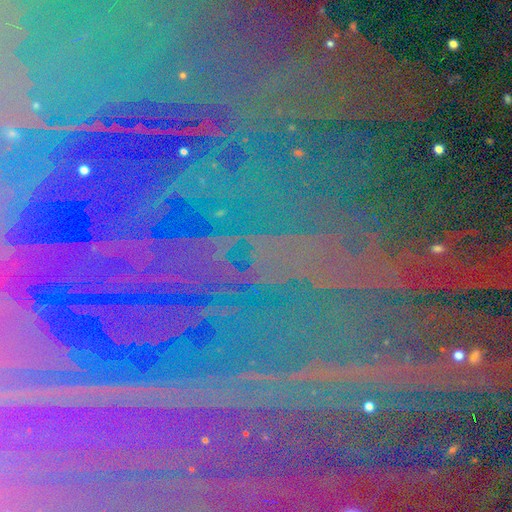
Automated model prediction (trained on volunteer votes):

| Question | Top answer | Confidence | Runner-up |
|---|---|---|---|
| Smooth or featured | star or artifact | 88% | featured or disk (7%) |